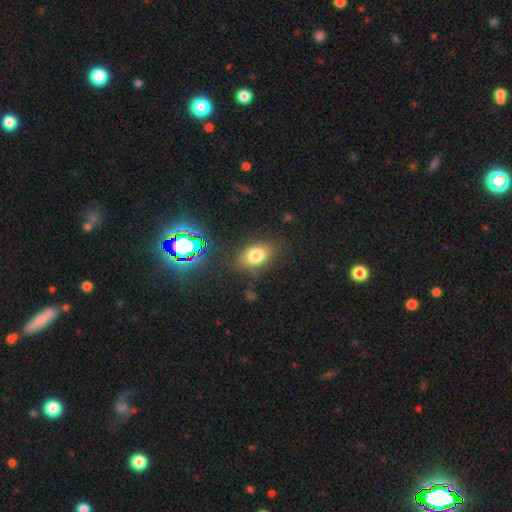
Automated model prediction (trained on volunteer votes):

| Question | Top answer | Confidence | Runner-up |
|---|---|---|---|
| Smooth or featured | smooth | 75% | star or artifact (14%) |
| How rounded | in between | 83% | round (15%) |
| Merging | none | 80% | minor disturbance (13%) |